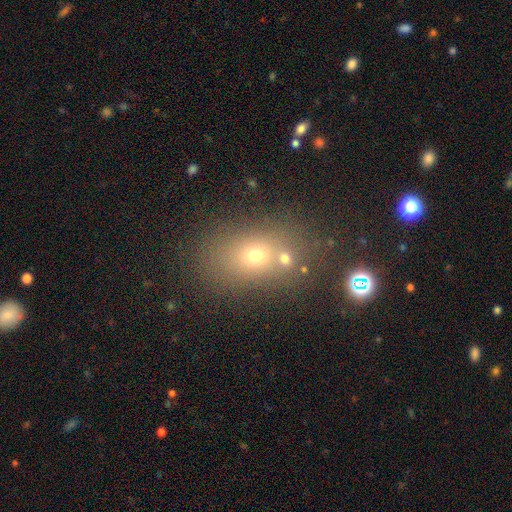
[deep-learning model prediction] Smooth or featured? smooth (63%)
How rounded? in between (64%)
Merging? none (57%)